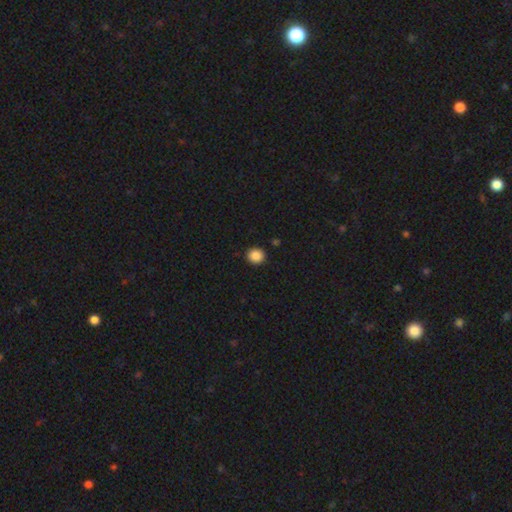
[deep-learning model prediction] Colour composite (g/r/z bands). It shows a smooth galaxy with no disk features (87%) that is round (89%). Merging: none (92%).